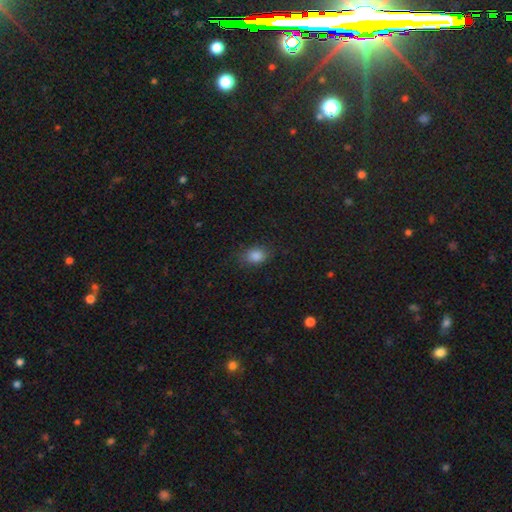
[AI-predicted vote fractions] smooth_or_featured: smooth (p=0.84) [alt: star or artifact p=0.11]
how_rounded: in between (p=0.66) [alt: round p=0.32]
merging: none (p=0.78) [alt: minor disturbance p=0.17]